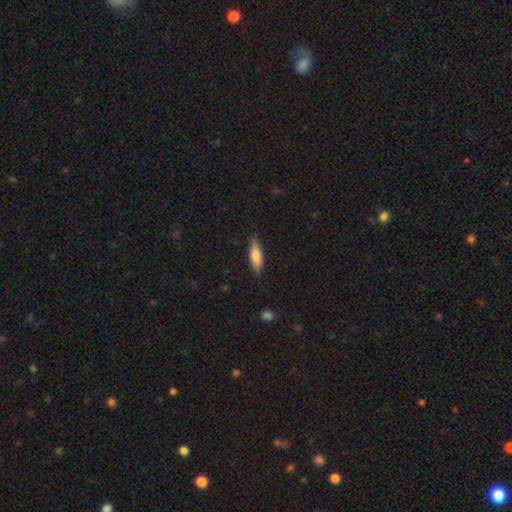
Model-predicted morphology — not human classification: A smooth galaxy with no disk features (77%) that is cigar-shaped (50%).

Vote fractions:
- Smooth or featured? smooth: 77% / featured or disk: 17% / star or artifact: 6%
- How rounded? cigar-shaped: 50% / in between: 48% / round: 2%
- Merging? none: 85% / minor disturbance: 12% / major disturbance: 2% / merger: 1%